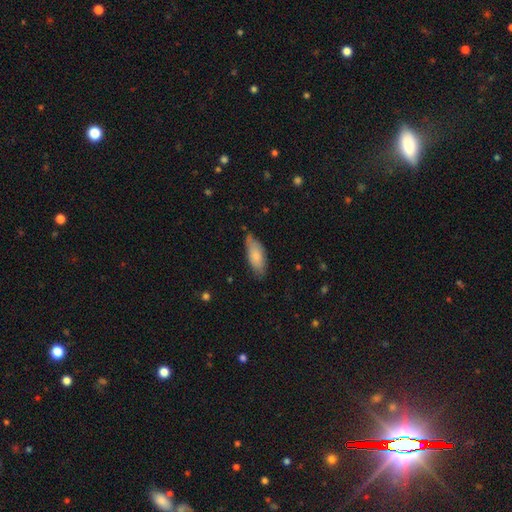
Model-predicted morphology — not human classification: Smooth or featured: smooth — 79% (featured or disk — 15%)
How rounded: in between — 80% (cigar-shaped — 18%)
Merging: none — 64% (minor disturbance — 30%)